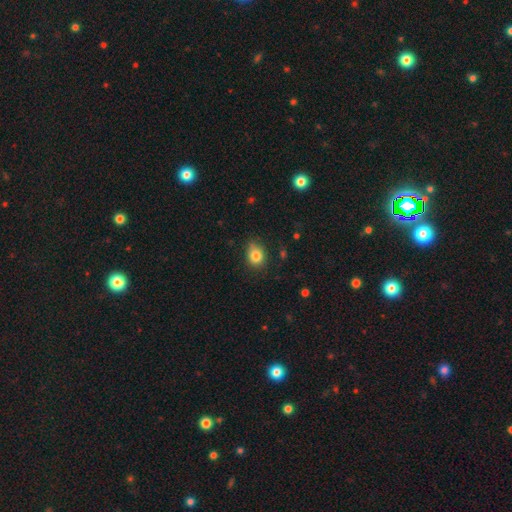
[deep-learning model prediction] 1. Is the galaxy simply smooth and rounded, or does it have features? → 82% smooth, 11% star or artifact, 7% featured or disk.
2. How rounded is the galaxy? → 60% round, 39% in between, 1% cigar-shaped.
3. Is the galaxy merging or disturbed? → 70% none, 24% minor disturbance, 4% major disturbance, 2% merger.